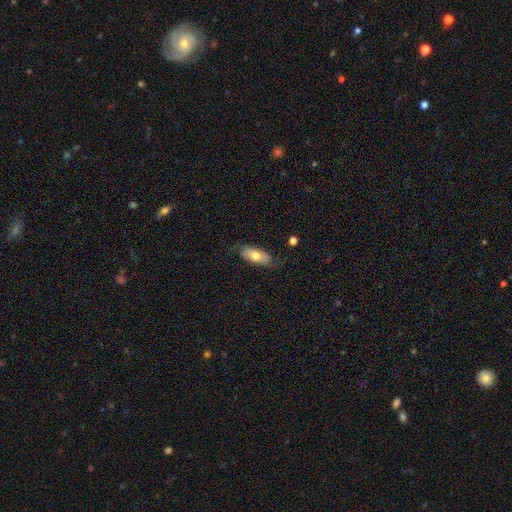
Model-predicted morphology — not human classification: smooth_or_featured: smooth (p=0.69) [alt: featured or disk p=0.25]
how_rounded: in between (p=0.84) [alt: cigar-shaped p=0.14]
merging: none (p=0.75) [alt: minor disturbance p=0.19]